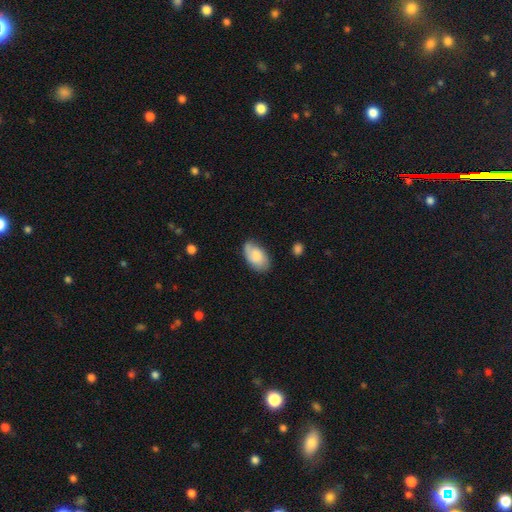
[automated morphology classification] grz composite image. It shows a smooth galaxy with no disk features (66%) that is in between round and cigar-shaped (94%). Merging: none (65%).